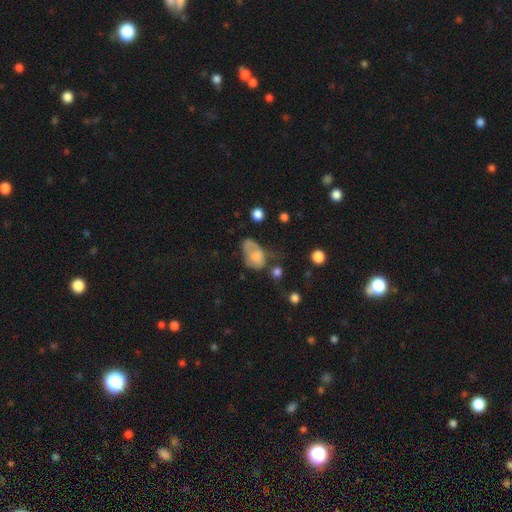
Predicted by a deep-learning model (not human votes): Smooth or featured? smooth (66%)
How rounded? in between (84%)
Merging? major disturbance (35%)